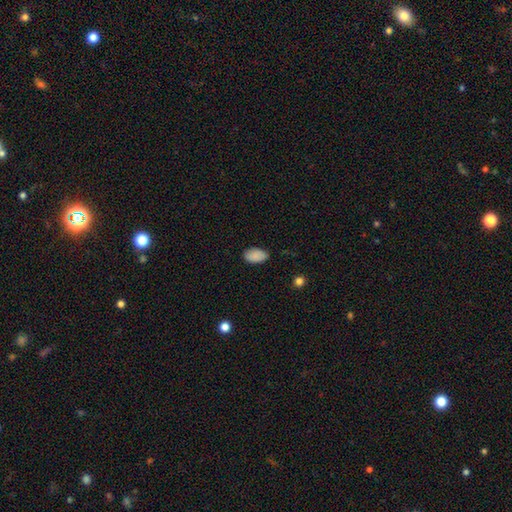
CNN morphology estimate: smooth_or_featured: smooth (p=0.88) [alt: star or artifact p=0.08]
how_rounded: in between (p=0.94) [alt: round p=0.05]
merging: none (p=0.82) [alt: minor disturbance p=0.15]